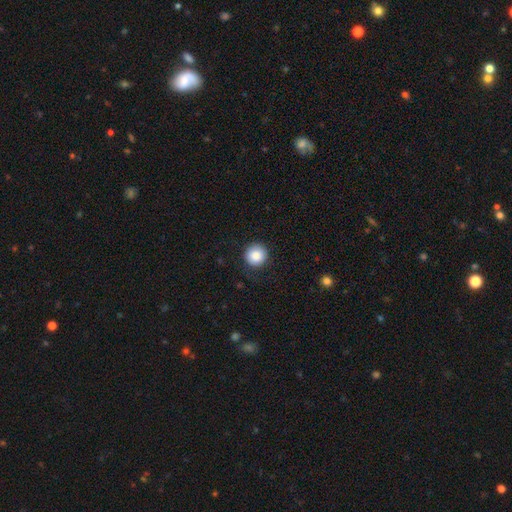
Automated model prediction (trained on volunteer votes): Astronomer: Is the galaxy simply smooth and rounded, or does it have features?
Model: smooth — 87%.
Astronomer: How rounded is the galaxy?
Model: round — 95%.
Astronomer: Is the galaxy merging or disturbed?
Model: none — 85%.